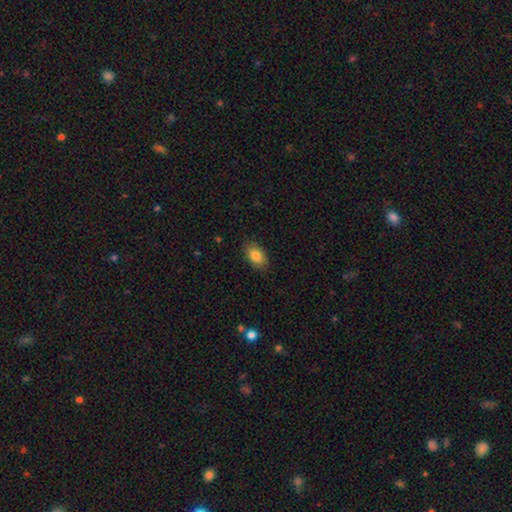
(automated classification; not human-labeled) Morphology: type=smooth (83%); roundness=in between (89%); merging=none (86%).